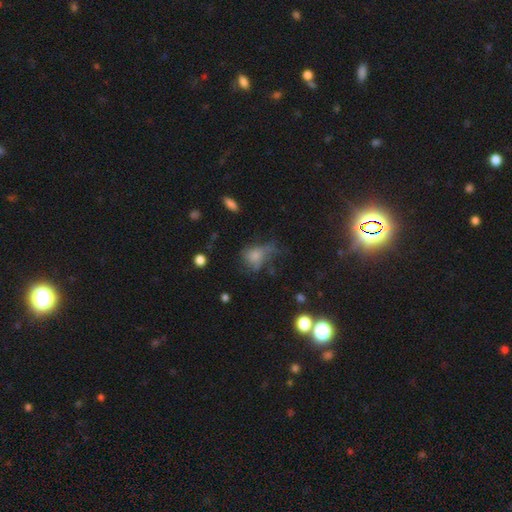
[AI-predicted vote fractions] smooth-or-featured: smooth: 63% | featured or disk: 22% | star or artifact: 16%
  how-rounded: in between: 55% | round: 43% | cigar-shaped: 2%
  merging: major disturbance: 43% | none: 28% | minor disturbance: 23% | merger: 6%